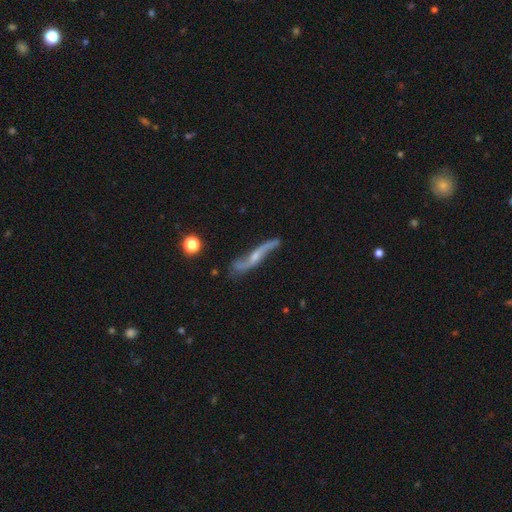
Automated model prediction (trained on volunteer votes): Smooth or featured: featured or disk — 83% (smooth — 11%)
Edge-on disk: no — 60% (yes — 40%)
Merging: none — 71% (minor disturbance — 19%)